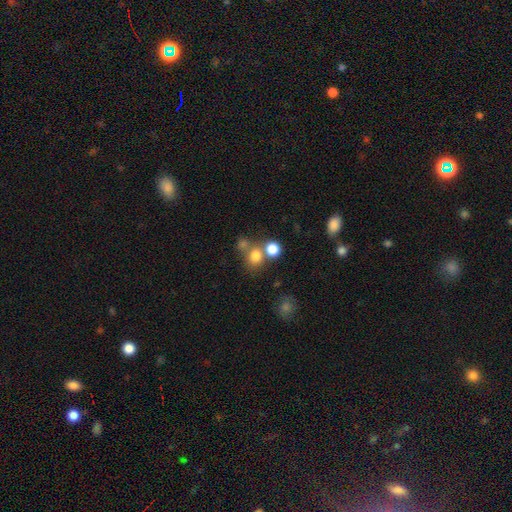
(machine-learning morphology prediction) smooth-or-featured: smooth: 75% | star or artifact: 16% | featured or disk: 9%
  how-rounded: round: 79% | in between: 20% | cigar-shaped: 1%
  merging: none: 54% | merger: 32% | minor disturbance: 9% | major disturbance: 5%